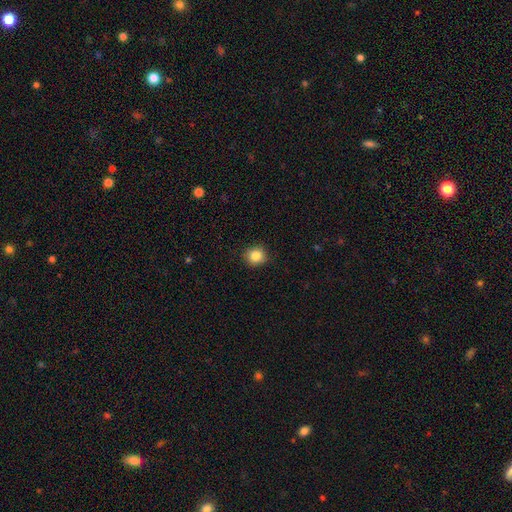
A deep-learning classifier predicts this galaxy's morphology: This is clearly a smooth galaxy (84%). How rounded: clearly round (86%). Merging: clearly none (90%).